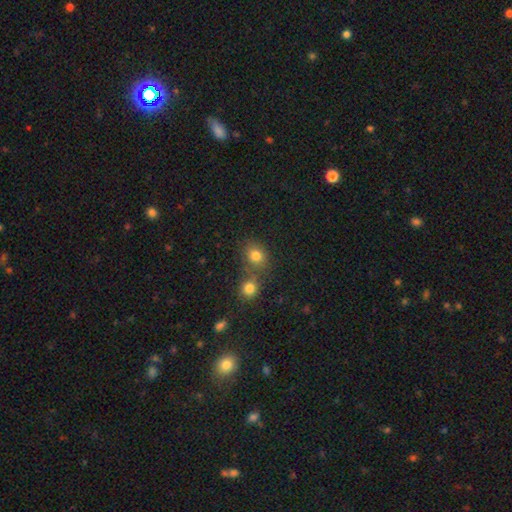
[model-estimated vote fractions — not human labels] Smooth or featured? smooth (79%)
How rounded? round (61%)
Merging? none (55%)